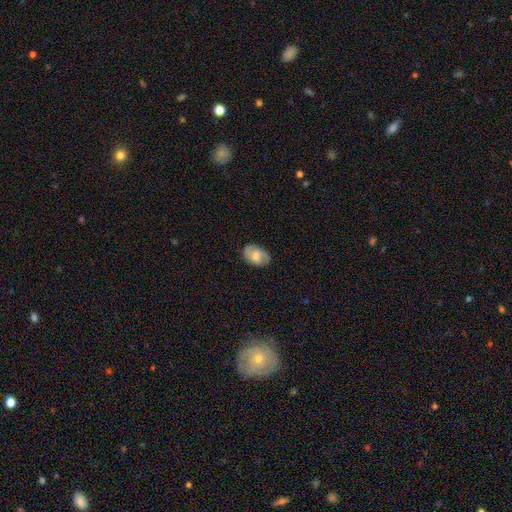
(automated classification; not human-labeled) smooth 57%, featured or disk 35%, star or artifact 8%. Down the decision tree: how rounded — in between (86%); merging — none (75%).